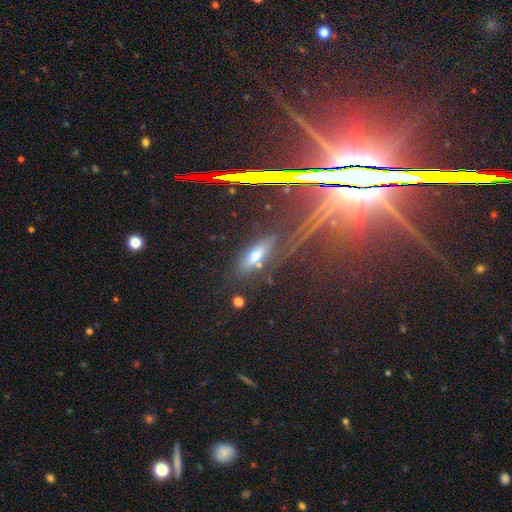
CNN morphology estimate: The model was most divided on "smooth or featured": smooth: 44%, star or artifact: 30%, featured or disk: 25%. More confident: merging — none (77%).